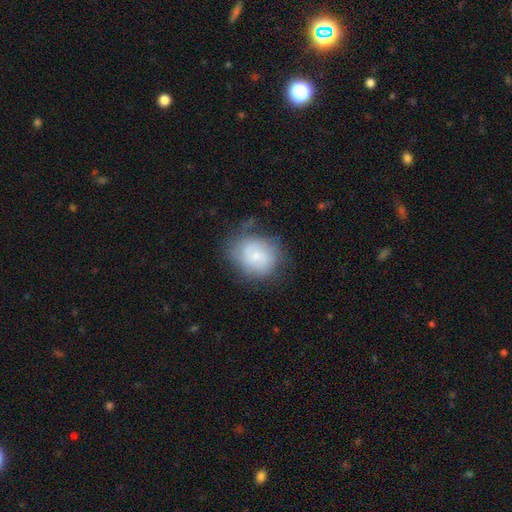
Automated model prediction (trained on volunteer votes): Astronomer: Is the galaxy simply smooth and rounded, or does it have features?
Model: smooth — 50% (runner-up: featured or disk, 42%).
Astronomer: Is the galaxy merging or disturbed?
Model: none — 61%.